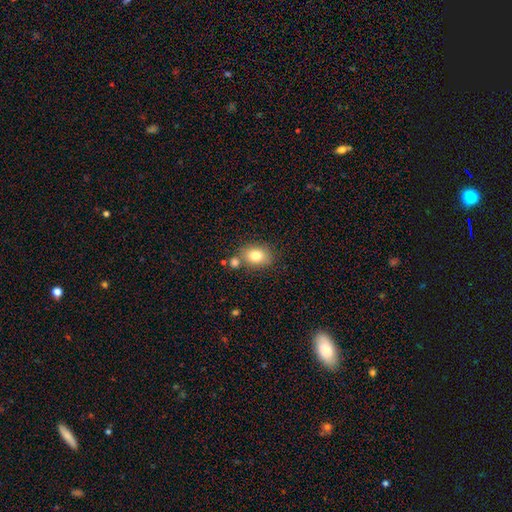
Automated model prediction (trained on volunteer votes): Q: Smooth or featured?
A: smooth (79%); runner-up: featured or disk (11%)
Q: How rounded?
A: in between (67%); runner-up: round (32%)
Q: Merging?
A: none (68%); runner-up: merger (14%)